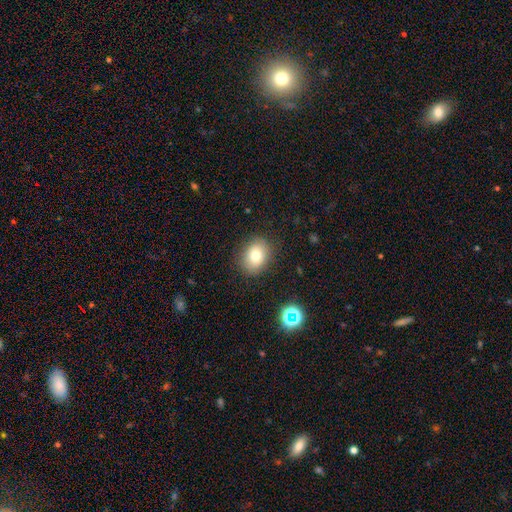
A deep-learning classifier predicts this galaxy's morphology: This appears to be a smooth galaxy with no disk features (76%) that is in between round and cigar-shaped (51%). Merging: none (86%).